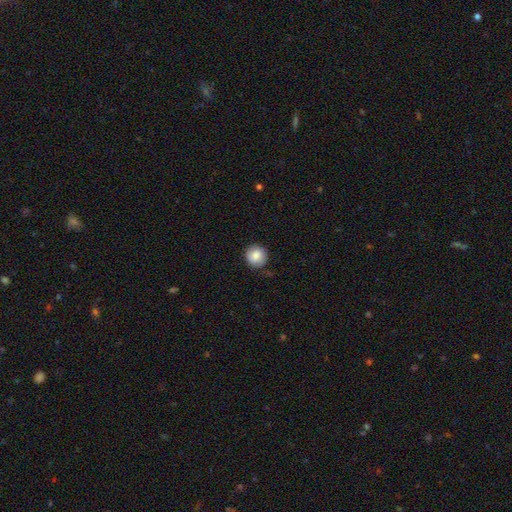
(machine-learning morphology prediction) Q: Smooth or featured?
A: smooth (84%); runner-up: star or artifact (8%)
Q: How rounded?
A: round (91%); runner-up: in between (8%)
Q: Merging?
A: none (84%); runner-up: minor disturbance (12%)